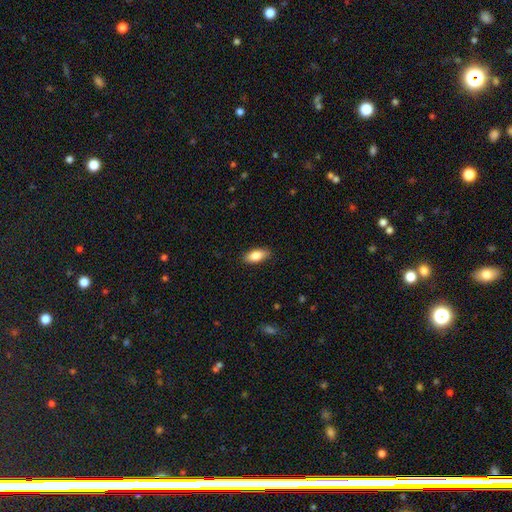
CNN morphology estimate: type=smooth (82%); roundness=in between (85%); merging=none (88%).